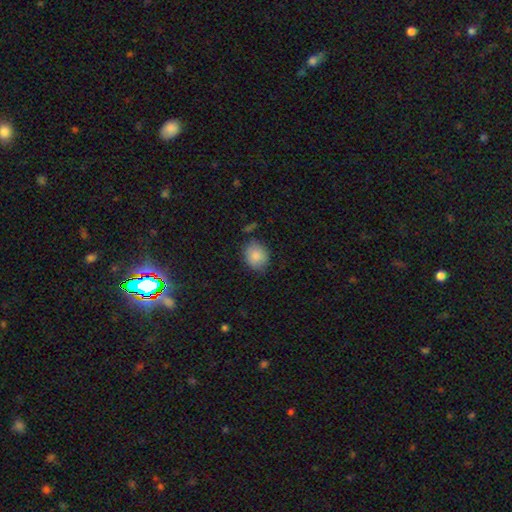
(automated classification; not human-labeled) The model was most divided on "how rounded": round: 65%, in between: 34%, cigar-shaped: 1%. More confident: smooth or featured — smooth (87%); merging — none (77%).